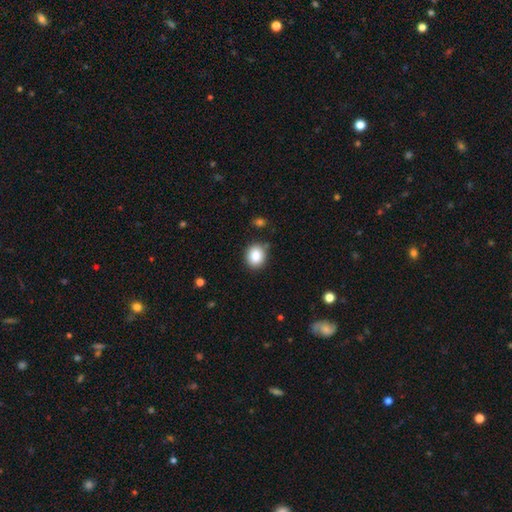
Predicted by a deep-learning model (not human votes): Smooth or featured?
  - smooth: 86% *
  - star or artifact: 9%
  - featured or disk: 5%
How rounded?
  - round: 67% *
  - in between: 32%
  - cigar-shaped: 1%
Merging?
  - none: 83% *
  - minor disturbance: 11%
  - major disturbance: 3%
  - merger: 3%